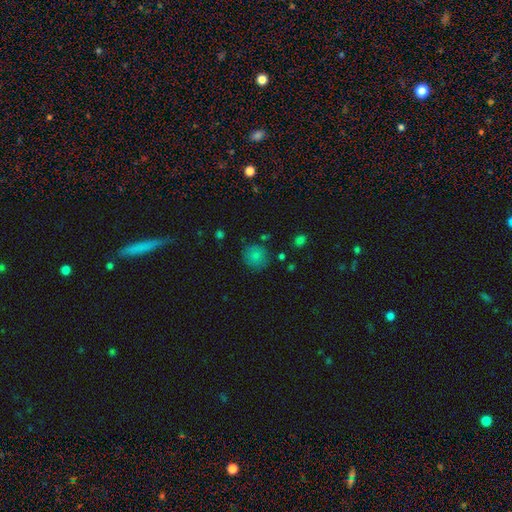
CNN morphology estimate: The model was most divided on "merging": none: 80%, minor disturbance: 14%, major disturbance: 4%, merger: 3%. More confident: how rounded — round (91%); smooth or featured — smooth (80%).